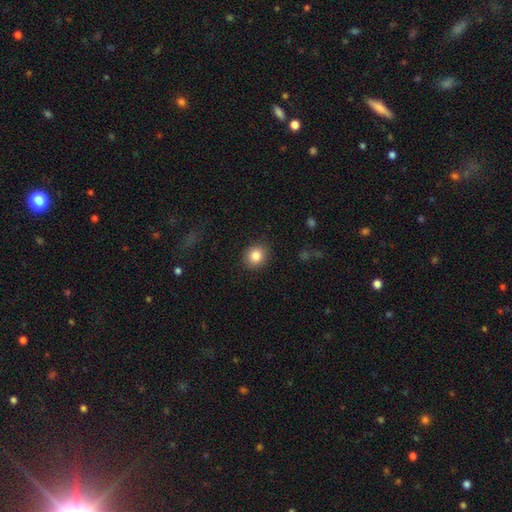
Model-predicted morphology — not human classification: A smooth galaxy with no disk features (84%) that is round (77%).

Vote fractions:
- Smooth or featured? smooth: 84% / star or artifact: 9% / featured or disk: 7%
- How rounded? round: 77% / in between: 22% / cigar-shaped: 1%
- Merging? none: 88% / minor disturbance: 8% / major disturbance: 2% / merger: 1%